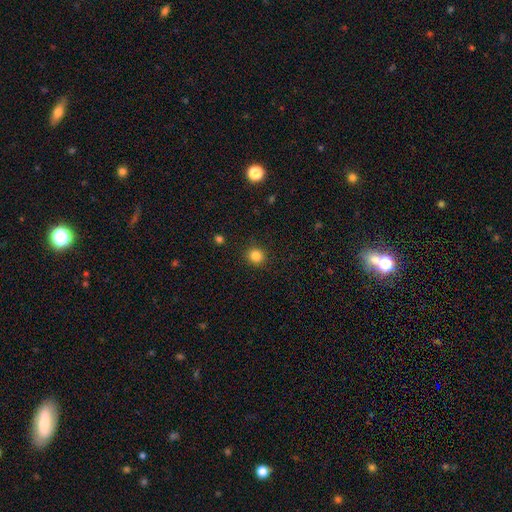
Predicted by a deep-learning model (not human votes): smooth 84%, star or artifact 12%, featured or disk 5%. Down the decision tree: how rounded — round (87%); merging — none (90%).